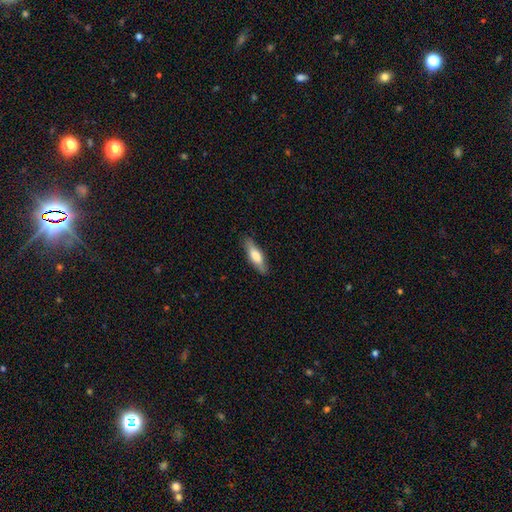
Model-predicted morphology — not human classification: Smooth or featured?
  - smooth: 65% *
  - featured or disk: 29%
  - star or artifact: 6%
How rounded?
  - cigar-shaped: 60% *
  - in between: 38%
  - round: 2%
Merging?
  - none: 85% *
  - minor disturbance: 12%
  - major disturbance: 2%
  - merger: 1%